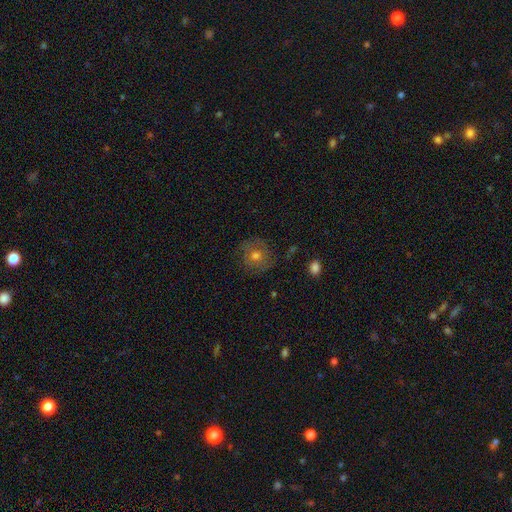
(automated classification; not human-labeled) Smooth or featured? Predicted: smooth (p=0.57). How rounded? Predicted: round (p=0.90). Merging? Predicted: none (p=0.79).